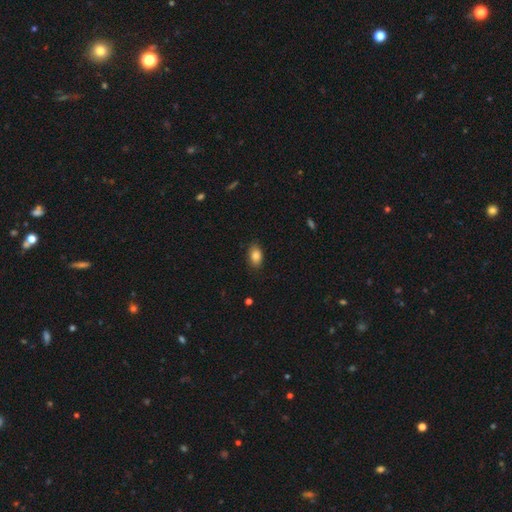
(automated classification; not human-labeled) Morphology: type=smooth (85%); roundness=in between (88%); merging=none (86%).